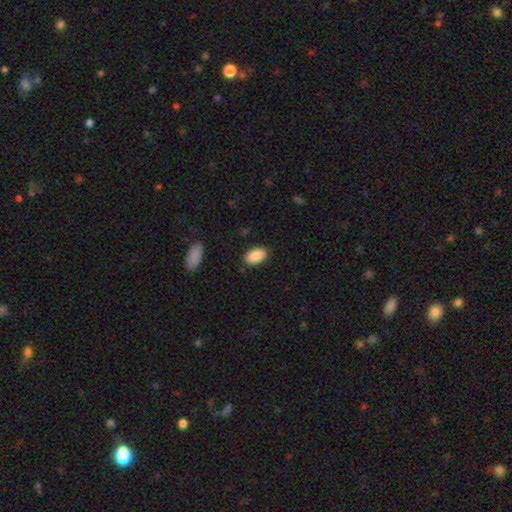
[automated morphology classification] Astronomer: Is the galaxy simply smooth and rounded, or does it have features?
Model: smooth — 89%.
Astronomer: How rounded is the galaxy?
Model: in between — 94%.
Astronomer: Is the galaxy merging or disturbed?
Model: none — 85%.